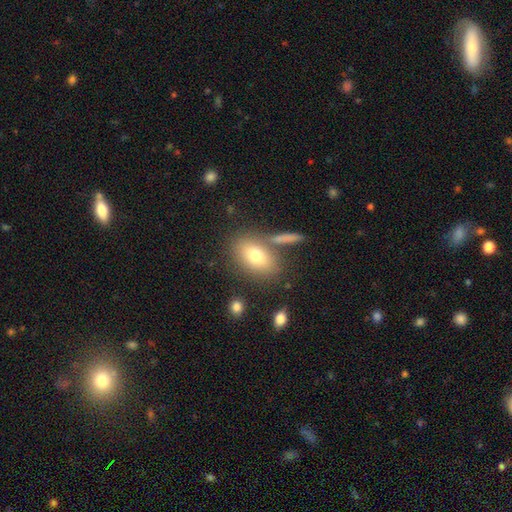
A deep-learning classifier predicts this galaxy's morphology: smooth-or-featured: smooth: 74% | featured or disk: 16% | star or artifact: 9%
  how-rounded: in between: 84% | round: 13% | cigar-shaped: 3%
  merging: none: 69% | merger: 13% | minor disturbance: 13% | major disturbance: 5%